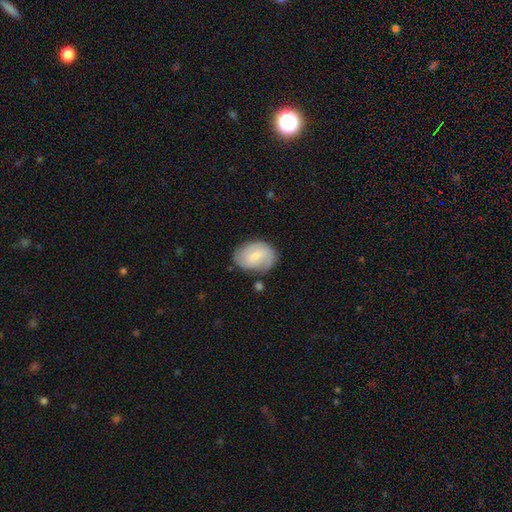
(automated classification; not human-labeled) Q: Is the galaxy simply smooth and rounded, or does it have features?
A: featured or disk — 47%.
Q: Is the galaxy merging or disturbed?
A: none — 69%.